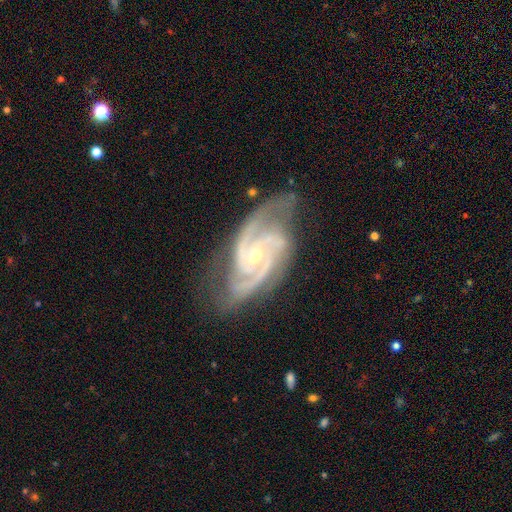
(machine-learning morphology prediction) A featured or disk galaxy (93%) with no bar (48%), 2 (46%) tight (48%) spiral arms (99%) and a small central bulge (68%). Merging: none (71%).